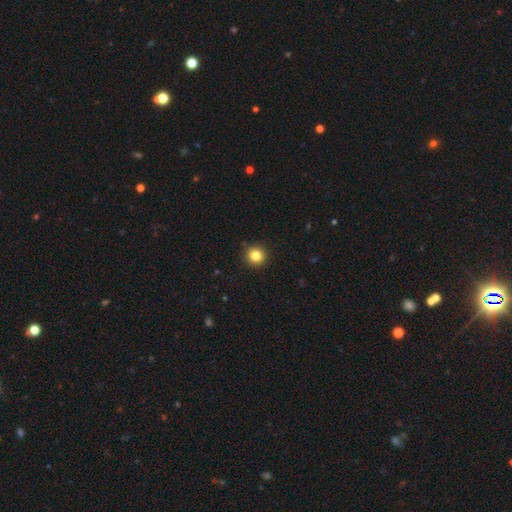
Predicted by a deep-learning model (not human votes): The model was most divided on "smooth or featured": smooth: 84%, star or artifact: 11%, featured or disk: 5%. More confident: how rounded — round (94%); merging — none (92%).